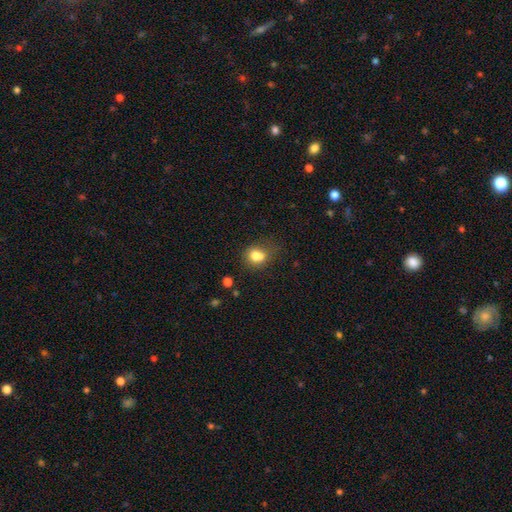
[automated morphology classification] Smooth or featured? Predicted: smooth (p=0.75). How rounded? Predicted: round (p=0.59). Merging? Predicted: none (p=0.43).